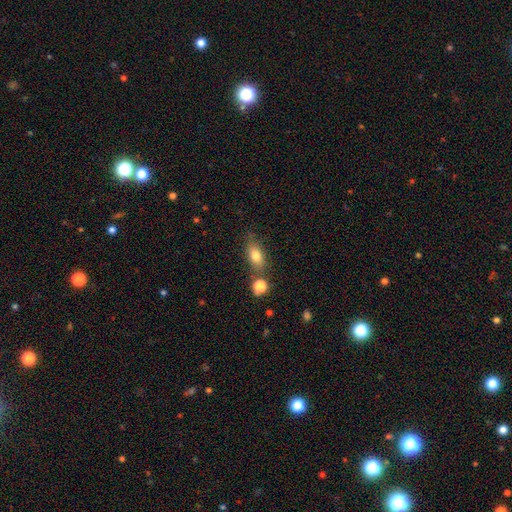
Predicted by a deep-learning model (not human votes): This appears to be a smooth galaxy with no disk features (80%) that is in between round and cigar-shaped (82%). Merging: none (65%).